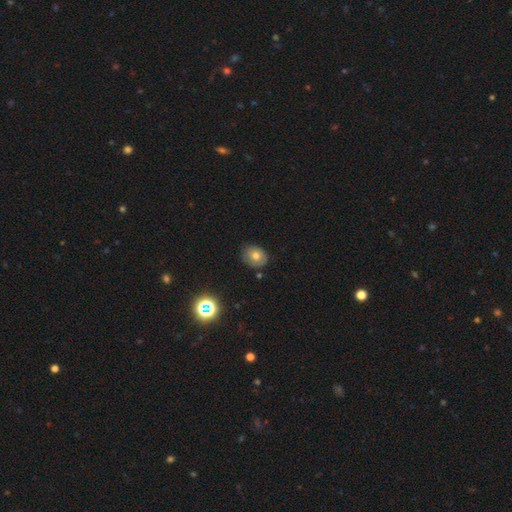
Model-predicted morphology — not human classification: Smooth or featured?
  - smooth: 69% *
  - featured or disk: 17%
  - star or artifact: 14%
How rounded?
  - round: 58% *
  - in between: 41%
  - cigar-shaped: 1%
Merging?
  - none: 79% *
  - minor disturbance: 16%
  - major disturbance: 3%
  - merger: 2%